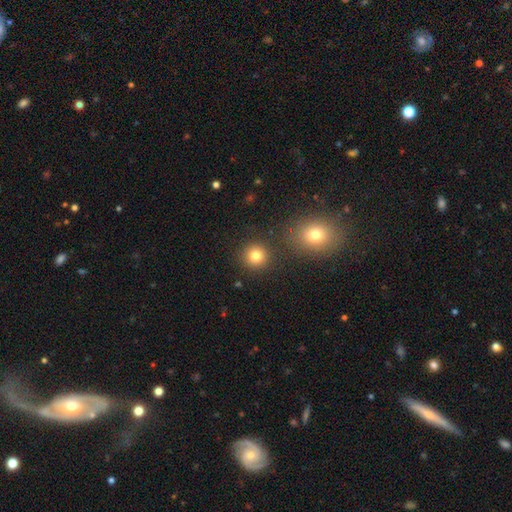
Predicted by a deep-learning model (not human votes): Smooth or featured? smooth (81%)
How rounded? round (93%)
Merging? none (86%)